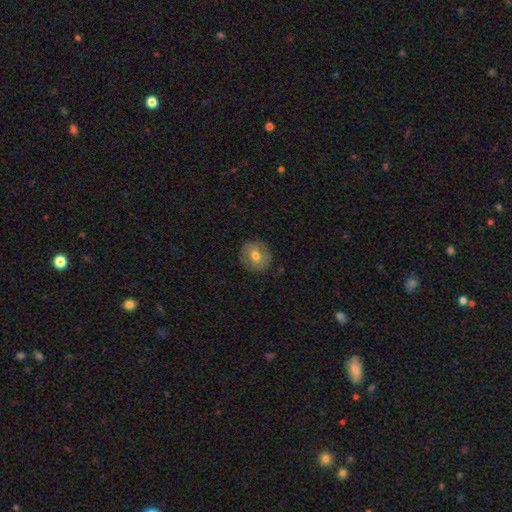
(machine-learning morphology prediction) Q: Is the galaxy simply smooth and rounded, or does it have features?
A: smooth — 62%.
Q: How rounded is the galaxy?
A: round — 88%.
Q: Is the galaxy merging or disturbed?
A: none — 87%.